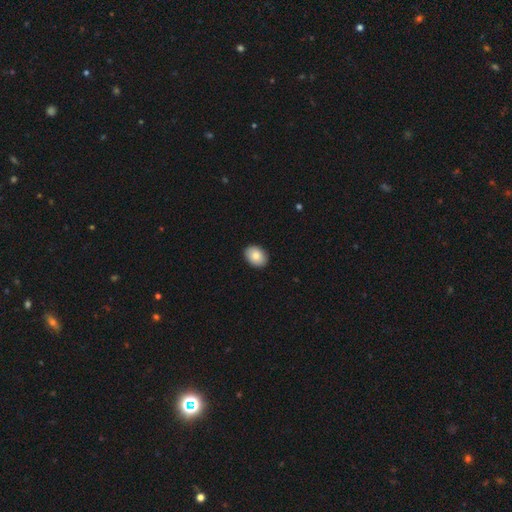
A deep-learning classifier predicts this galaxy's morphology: Smooth or featured: smooth — 84% (featured or disk — 9%)
How rounded: in between — 73% (round — 26%)
Merging: none — 91% (minor disturbance — 7%)